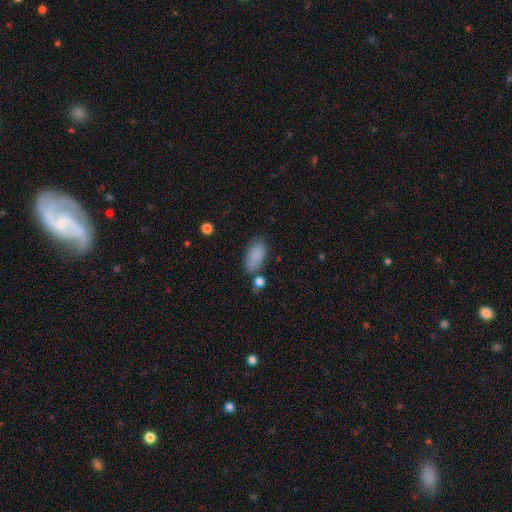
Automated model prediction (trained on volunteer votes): A smooth galaxy with no disk features (86%) that is in between round and cigar-shaped (91%). Merging: none (68%).